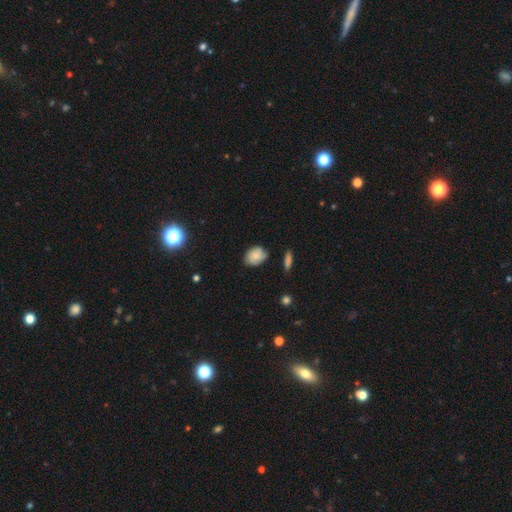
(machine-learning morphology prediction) Overall: smooth (69%). How rounded: in between (64%; round 34%). Merging: none (66%; minor disturbance 26%).